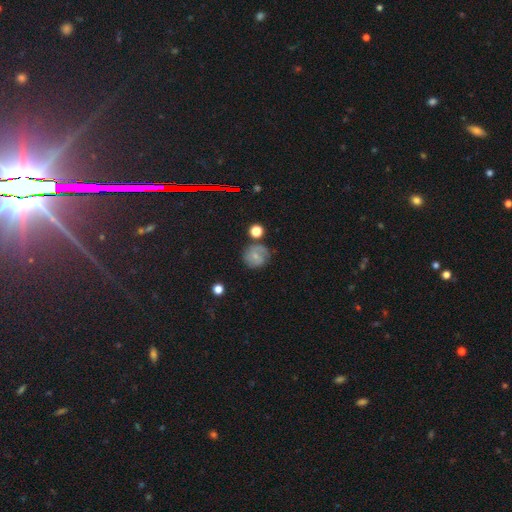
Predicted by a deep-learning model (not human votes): featured or disk 45%, smooth 43%, star or artifact 12%. Down the decision tree: merging — none (65%).